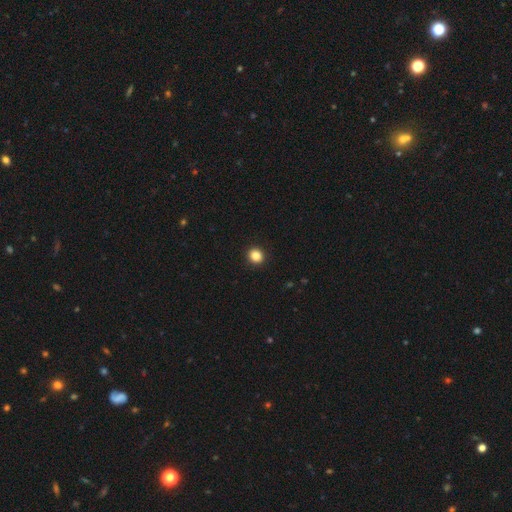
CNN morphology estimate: The model was most divided on "how rounded": round: 83%, in between: 16%, cigar-shaped: 1%. More confident: merging — none (93%); smooth or featured — smooth (86%).